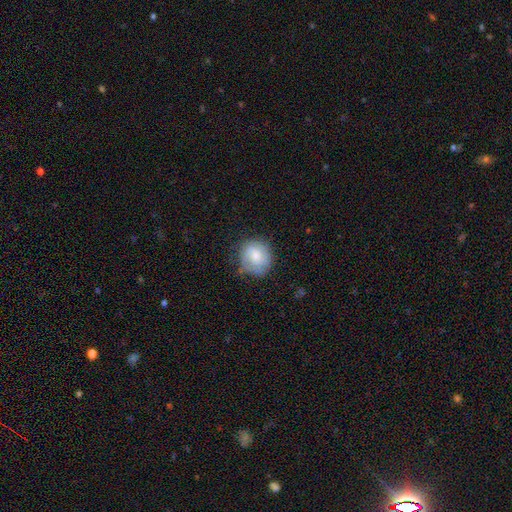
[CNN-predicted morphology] Smooth or featured?
  - smooth: 64% *
  - featured or disk: 29%
  - star or artifact: 7%
How rounded?
  - round: 82% *
  - in between: 17%
  - cigar-shaped: 1%
Merging?
  - none: 67% *
  - minor disturbance: 24%
  - major disturbance: 8%
  - merger: 2%